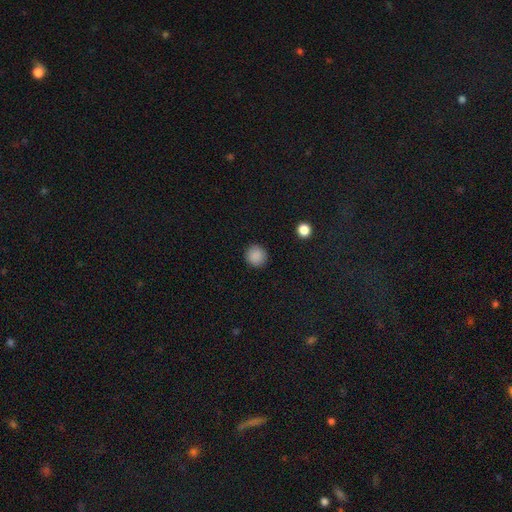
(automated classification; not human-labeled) smooth 88%, star or artifact 9%, featured or disk 3%. Down the decision tree: how rounded — round (93%); merging — none (91%).